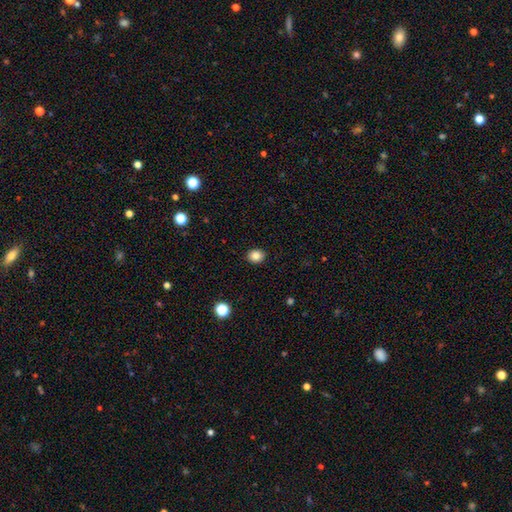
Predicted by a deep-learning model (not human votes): Morphology: type=smooth (84%); roundness=round (63%); merging=none (91%).